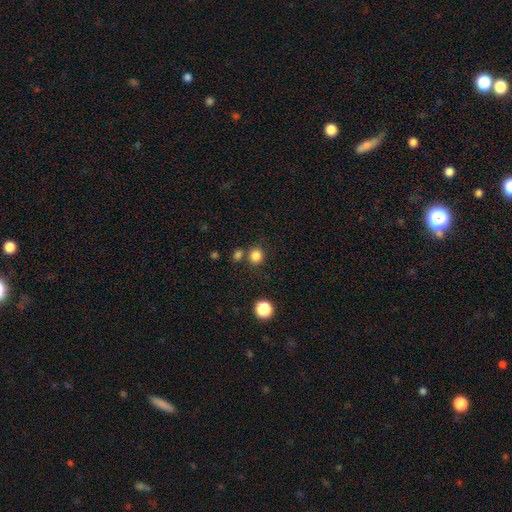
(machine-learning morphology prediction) smooth_or_featured: smooth (p=0.83) [alt: star or artifact p=0.13]
how_rounded: round (p=0.84) [alt: in between p=0.15]
merging: none (p=0.76) [alt: merger p=0.12]